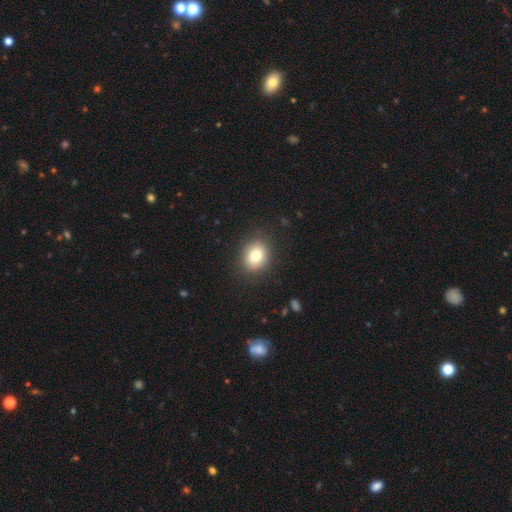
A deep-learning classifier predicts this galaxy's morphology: smooth 79%, star or artifact 10%, featured or disk 10%. Down the decision tree: how rounded — round (68%); merging — none (87%).